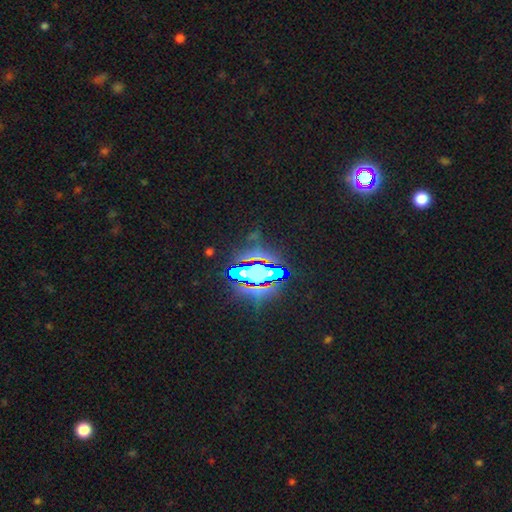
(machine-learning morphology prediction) Smooth or featured? Predicted: star or artifact (p=0.82).